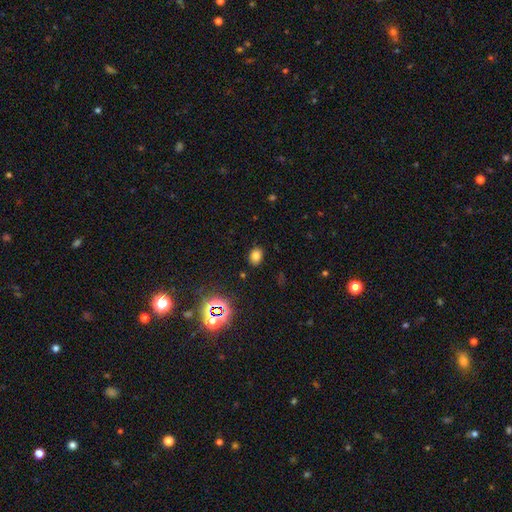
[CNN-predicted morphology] Overall: smooth (76%). How rounded: in between (65%; round 34%). Merging: none (86%).